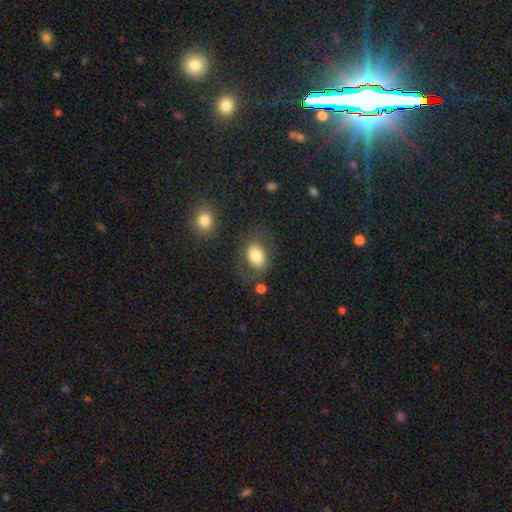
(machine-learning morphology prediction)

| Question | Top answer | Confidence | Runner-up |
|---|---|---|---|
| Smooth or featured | smooth | 74% | featured or disk (18%) |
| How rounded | in between | 80% | round (19%) |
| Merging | none | 65% | minor disturbance (18%) |